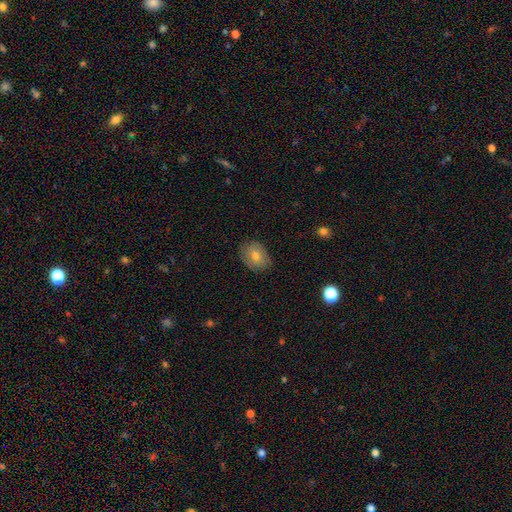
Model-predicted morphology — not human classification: Overall: smooth (63%; featured or disk 25%). How rounded: in between (60%; round 39%). Merging: none (82%).